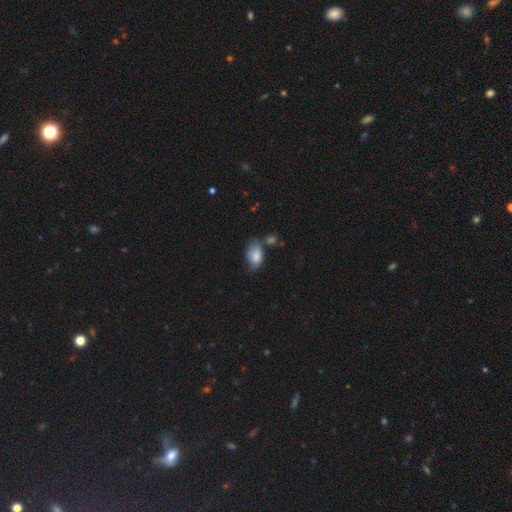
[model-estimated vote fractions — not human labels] This is clearly a smooth galaxy (84%). How rounded: clearly in between (90%). Merging: possibly none (49%).